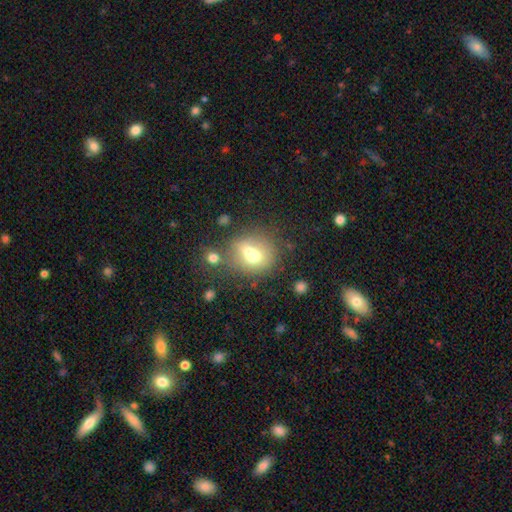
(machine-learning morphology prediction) Q: Smooth or featured?
A: smooth (62%); runner-up: featured or disk (24%)
Q: How rounded?
A: round (59%); runner-up: in between (39%)
Q: Merging?
A: none (47%); runner-up: merger (32%)